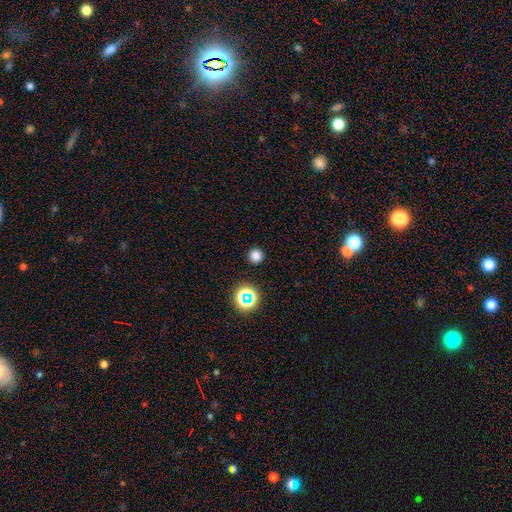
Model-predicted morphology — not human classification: This is likely a smooth galaxy (78%). How rounded: clearly round (95%). Merging: clearly none (92%).